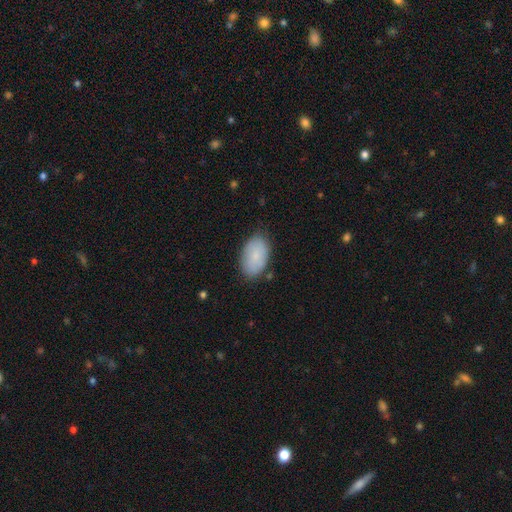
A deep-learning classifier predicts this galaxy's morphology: smooth-or-featured: smooth: 82% | featured or disk: 12% | star or artifact: 6%
  how-rounded: in between: 93% | round: 5% | cigar-shaped: 1%
  merging: none: 80% | minor disturbance: 15% | major disturbance: 3% | merger: 2%